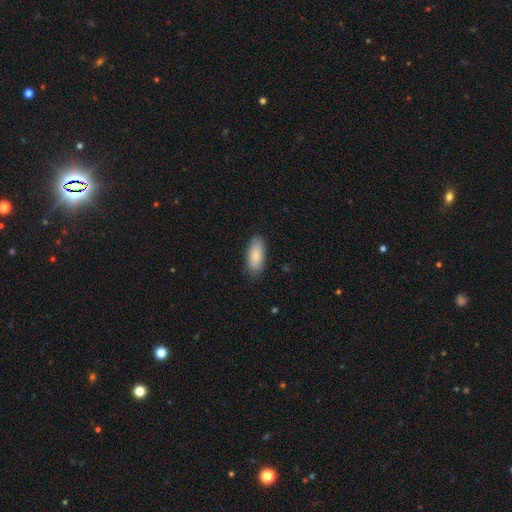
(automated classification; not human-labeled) This is clearly a smooth galaxy (82%). How rounded: clearly in between (86%). Merging: clearly none (82%).